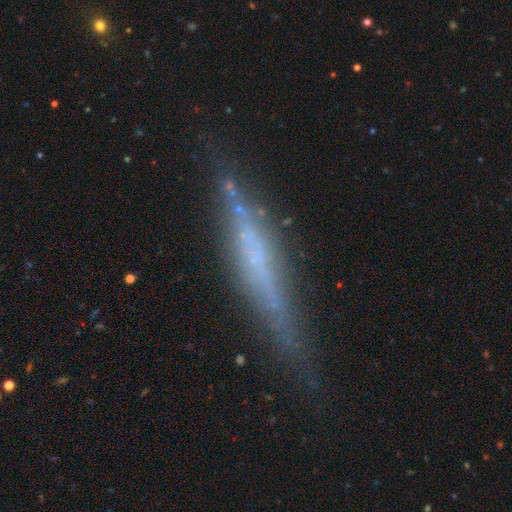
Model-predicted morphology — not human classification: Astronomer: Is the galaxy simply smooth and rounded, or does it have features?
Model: featured or disk — 70%.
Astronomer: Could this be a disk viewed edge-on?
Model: yes — 93%.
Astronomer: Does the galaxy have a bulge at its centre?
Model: none — 53%.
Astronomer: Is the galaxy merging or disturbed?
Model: none — 76%.